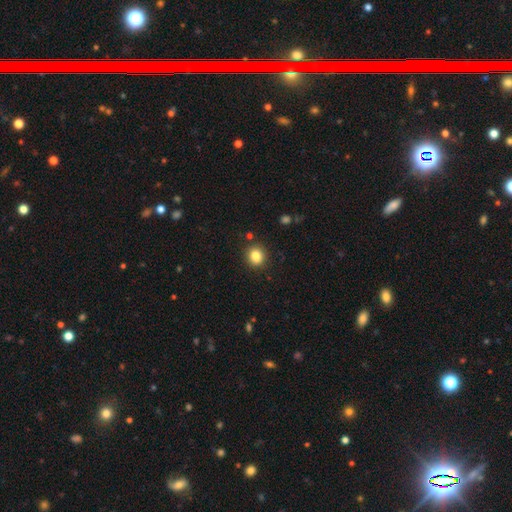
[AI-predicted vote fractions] Overall: smooth (84%). How rounded: round (84%). Merging: none (89%).